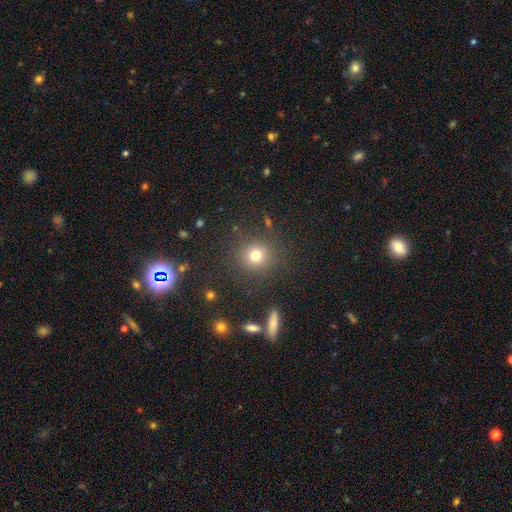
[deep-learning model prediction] The model was most divided on "smooth or featured": smooth: 76%, star or artifact: 16%, featured or disk: 8%. More confident: how rounded — round (91%); merging — none (86%).